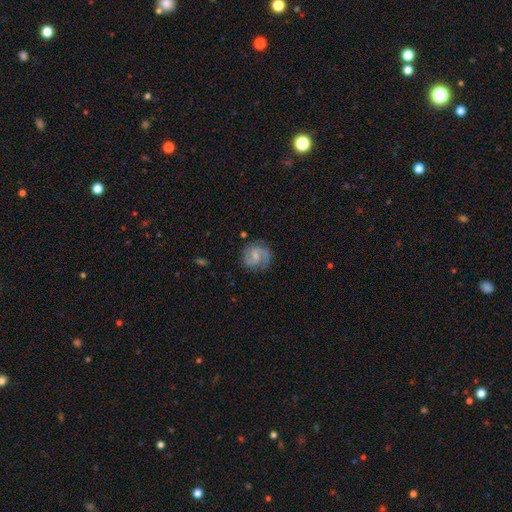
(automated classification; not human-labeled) Smooth or featured? featured or disk (73%)
Edge-on disk? no (98%)
Bar? weak (55%)
Spiral arms? yes (93%)
Spiral winding? medium (52%)
Spiral arm count? 2 (85%)
Bulge size? small (52%)
Merging? none (76%)